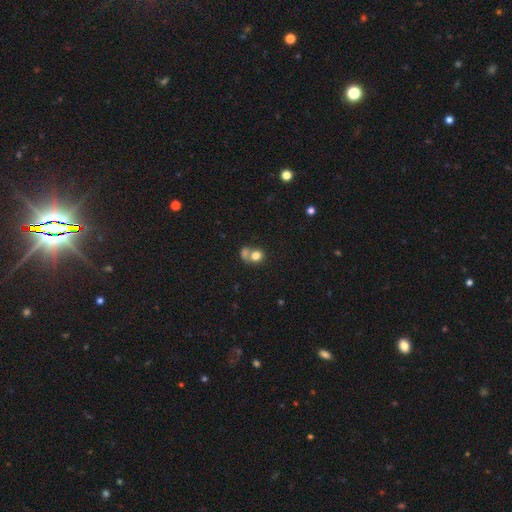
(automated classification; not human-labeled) A smooth galaxy with no disk features (76%) that is round (67%). Merging: merger (52%).